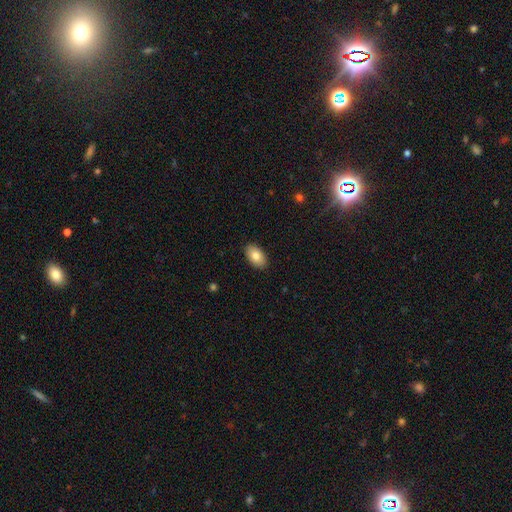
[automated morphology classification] type=smooth (83%); roundness=in between (94%); merging=none (90%).